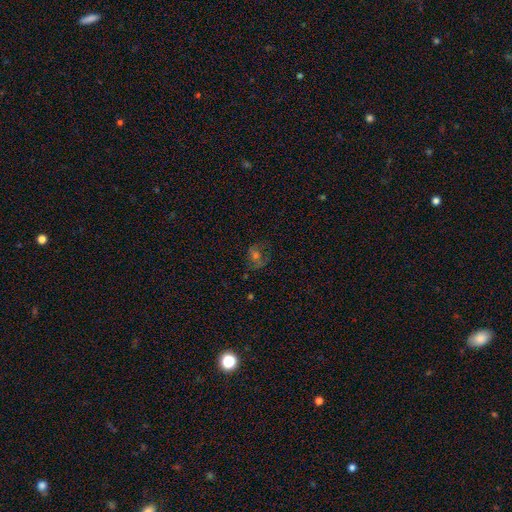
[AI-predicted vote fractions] Morphology: type=featured or disk (37%, tied with smooth); merging=none (64%).